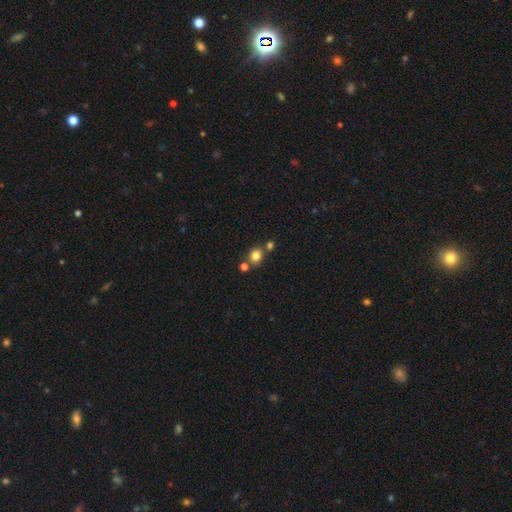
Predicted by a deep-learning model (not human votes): smooth_or_featured: smooth (p=0.80) [alt: star or artifact p=0.13]
how_rounded: round (p=0.80) [alt: in between p=0.19]
merging: none (p=0.69) [alt: merger p=0.19]